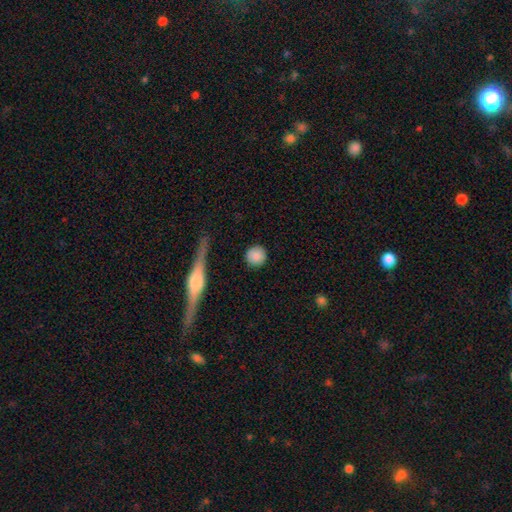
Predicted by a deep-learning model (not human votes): A smooth galaxy with no disk features (86%) that is round (93%).

Vote fractions:
- Smooth or featured? smooth: 86% / star or artifact: 8% / featured or disk: 7%
- How rounded? round: 93% / in between: 5% / cigar-shaped: 2%
- Merging? none: 87% / minor disturbance: 8% / major disturbance: 3% / merger: 2%